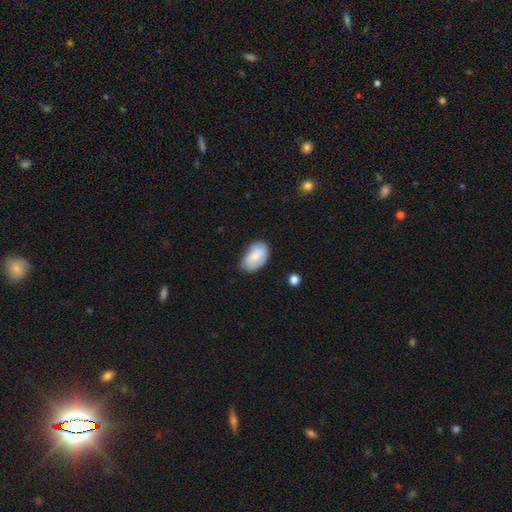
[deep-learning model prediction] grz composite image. It shows a smooth galaxy with no disk features (81%) that is in between round and cigar-shaped (92%). Merging: none (59%).